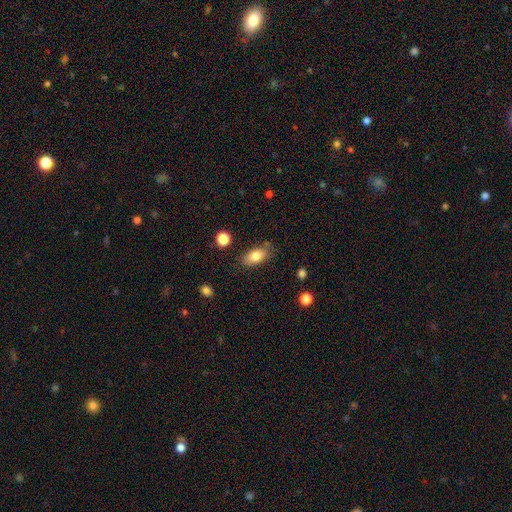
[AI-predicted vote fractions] Q: Smooth or featured?
A: smooth (80%); runner-up: featured or disk (12%)
Q: How rounded?
A: in between (88%); runner-up: cigar-shaped (7%)
Q: Merging?
A: none (79%); runner-up: minor disturbance (15%)